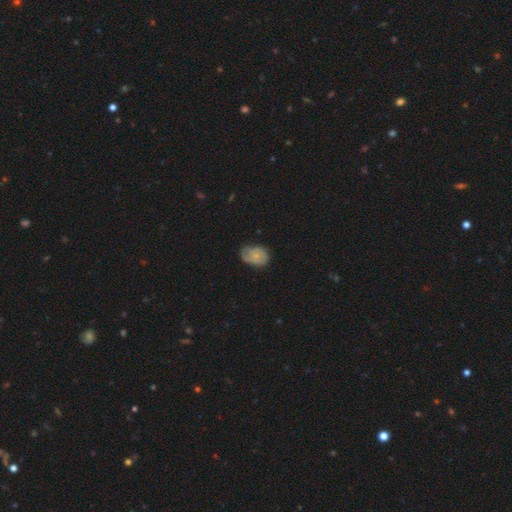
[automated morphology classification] Smooth or featured? smooth (53%)
How rounded? in between (74%)
Merging? none (48%)